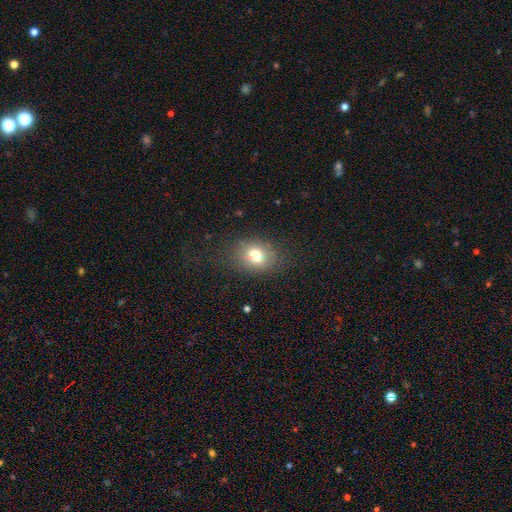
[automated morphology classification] A smooth galaxy with no disk features (75%) that is in between round and cigar-shaped (54%).

Vote fractions:
- Smooth or featured? smooth: 75% / featured or disk: 13% / star or artifact: 13%
- How rounded? in between: 54% / round: 45% / cigar-shaped: 1%
- Merging? none: 78% / minor disturbance: 14% / major disturbance: 7% / merger: 1%